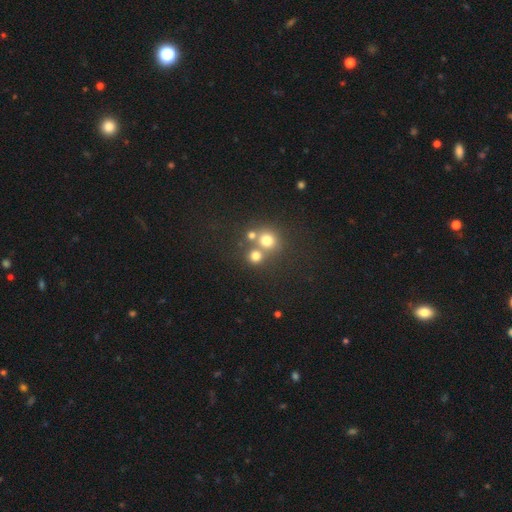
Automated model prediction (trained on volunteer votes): Smooth or featured? smooth (72%)
How rounded? round (88%)
Merging? none (54%)